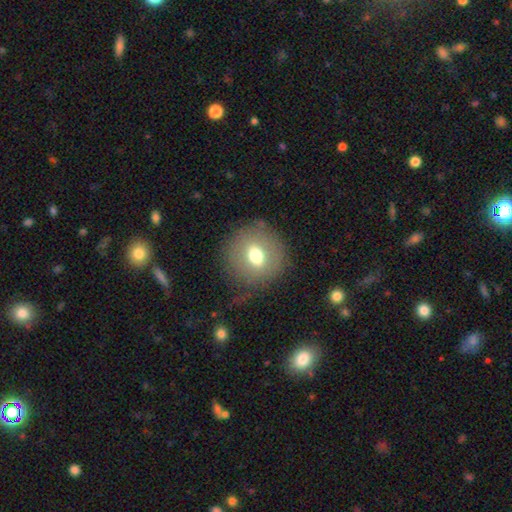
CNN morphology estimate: Smooth or featured?
  - smooth: 63% *
  - featured or disk: 27%
  - star or artifact: 11%
How rounded?
  - round: 84% *
  - in between: 15%
  - cigar-shaped: 1%
Merging?
  - none: 75% *
  - minor disturbance: 14%
  - major disturbance: 8%
  - merger: 2%